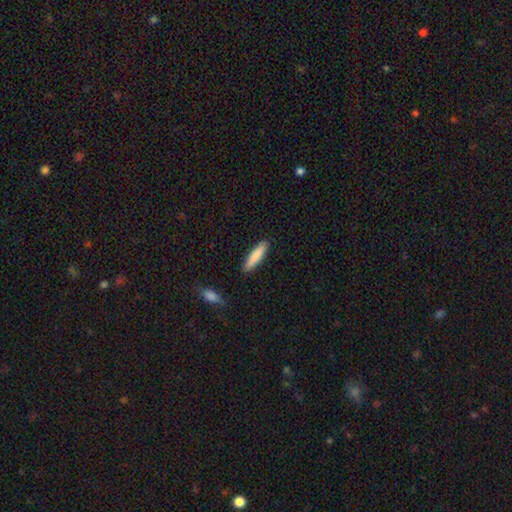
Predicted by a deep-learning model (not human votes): Smooth or featured?
  - smooth: 82% *
  - featured or disk: 13%
  - star or artifact: 5%
How rounded?
  - cigar-shaped: 81% *
  - in between: 18%
  - round: 1%
Merging?
  - none: 89% *
  - minor disturbance: 8%
  - major disturbance: 2%
  - merger: 2%